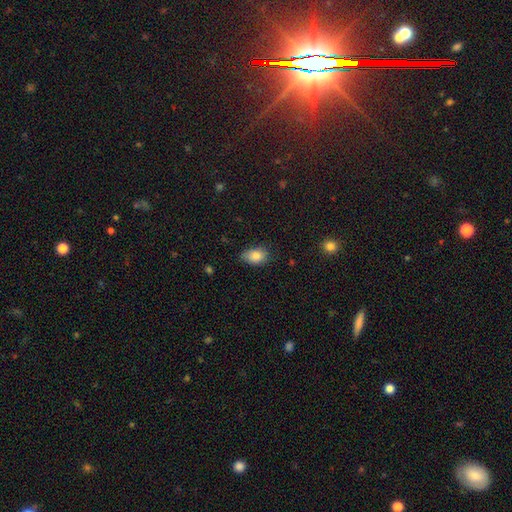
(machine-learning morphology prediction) Overall: smooth (83%). How rounded: in between (86%). Merging: none (70%).